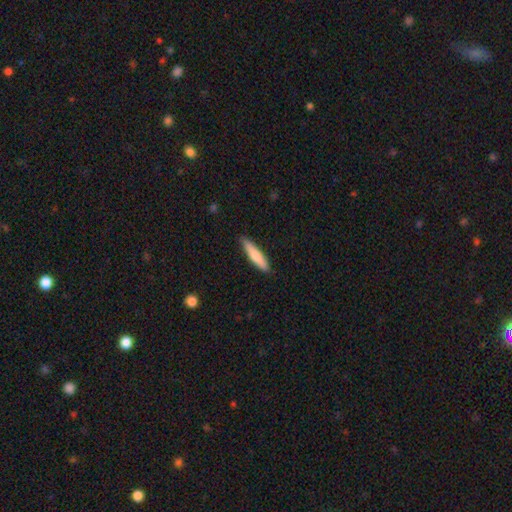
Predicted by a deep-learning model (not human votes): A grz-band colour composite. It shows a smooth galaxy with no disk features (76%) that is cigar-shaped (85%). Merging: none (88%).